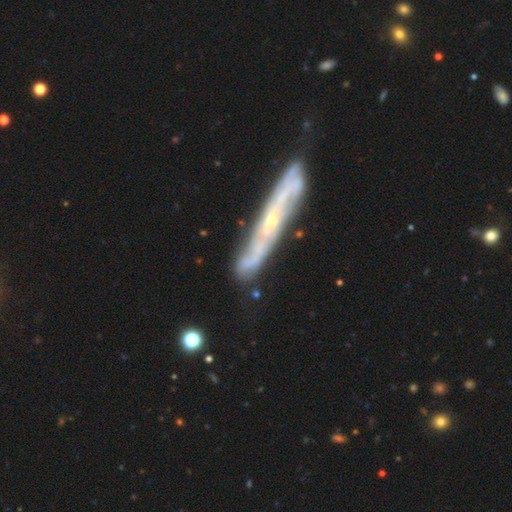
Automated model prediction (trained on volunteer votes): This appears to be a featured or disk galaxy (68%). Merging: none (62%).